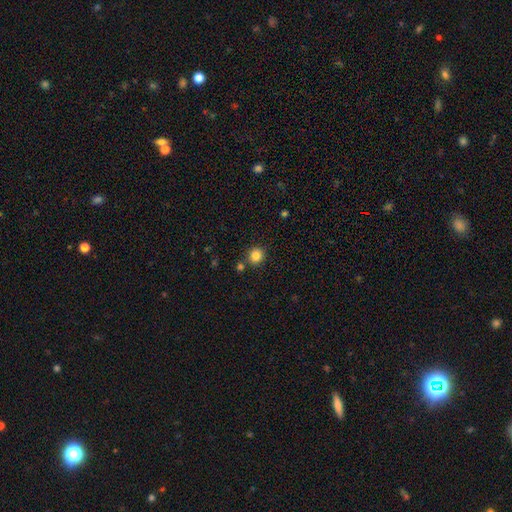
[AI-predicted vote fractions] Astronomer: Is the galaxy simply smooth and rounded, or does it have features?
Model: smooth — 84%.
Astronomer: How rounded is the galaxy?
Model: round — 85%.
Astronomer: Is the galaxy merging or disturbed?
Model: none — 81%.